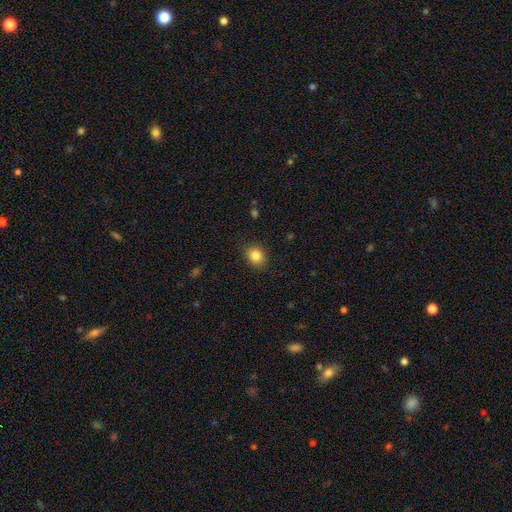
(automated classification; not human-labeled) smooth_or_featured: smooth (p=0.85) [alt: star or artifact p=0.10]
how_rounded: round (p=0.59) [alt: in between p=0.40]
merging: none (p=0.88) [alt: minor disturbance p=0.09]